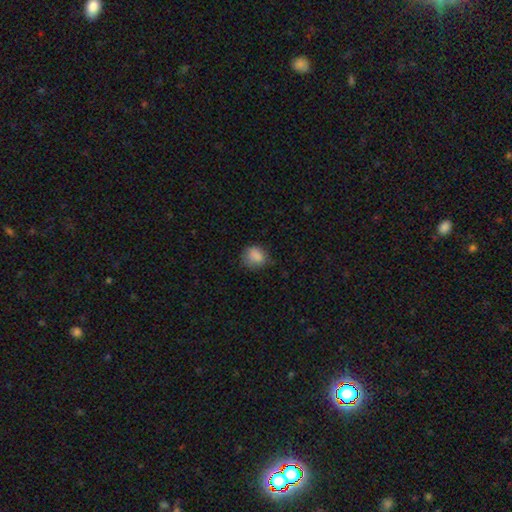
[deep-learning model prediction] Smooth or featured? smooth (84%)
How rounded? round (60%)
Merging? none (62%)